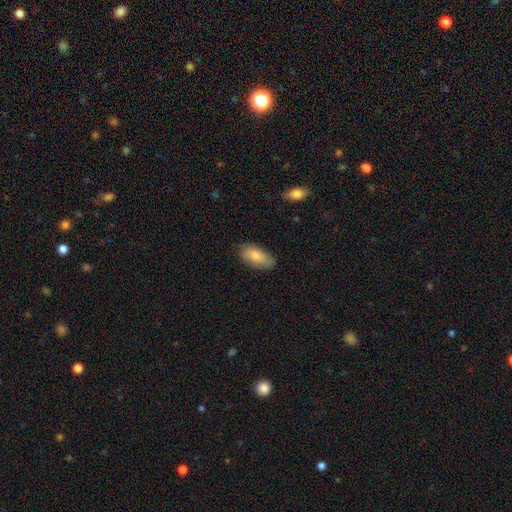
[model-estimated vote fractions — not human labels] Smooth or featured?
  - smooth: 78% *
  - featured or disk: 16%
  - star or artifact: 6%
How rounded?
  - in between: 89% *
  - cigar-shaped: 8%
  - round: 3%
Merging?
  - none: 73% *
  - minor disturbance: 22%
  - major disturbance: 4%
  - merger: 1%